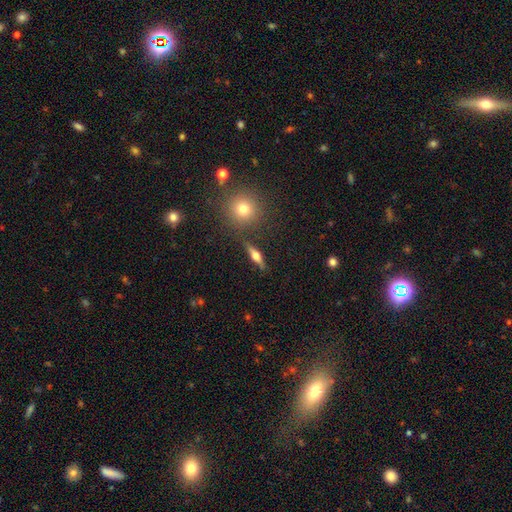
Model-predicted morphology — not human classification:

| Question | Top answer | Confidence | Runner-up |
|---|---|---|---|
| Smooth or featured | featured or disk | 53% | smooth (37%) |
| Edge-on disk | yes | 92% | no (8%) |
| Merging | none | 84% | minor disturbance (9%) |